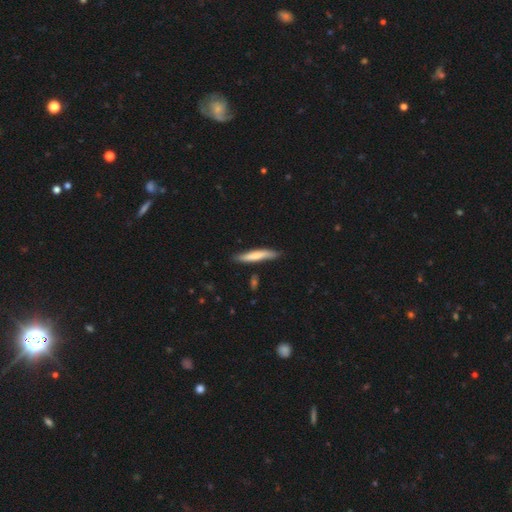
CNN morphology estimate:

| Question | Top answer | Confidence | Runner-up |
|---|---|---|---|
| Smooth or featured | smooth | 68% | featured or disk (27%) |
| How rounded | cigar-shaped | 90% | in between (8%) |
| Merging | none | 79% | minor disturbance (16%) |